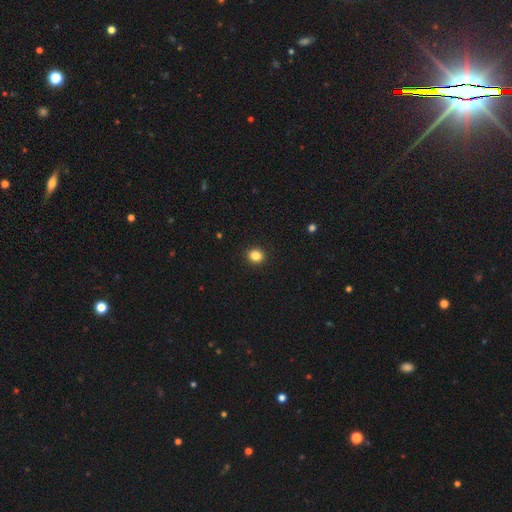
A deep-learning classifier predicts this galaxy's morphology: A smooth galaxy with no disk features (85%) that is round (80%).

Vote fractions:
- Smooth or featured? smooth: 85% / star or artifact: 11% / featured or disk: 4%
- How rounded? round: 80% / in between: 19% / cigar-shaped: 1%
- Merging? none: 93% / minor disturbance: 5% / major disturbance: 2% / merger: 1%